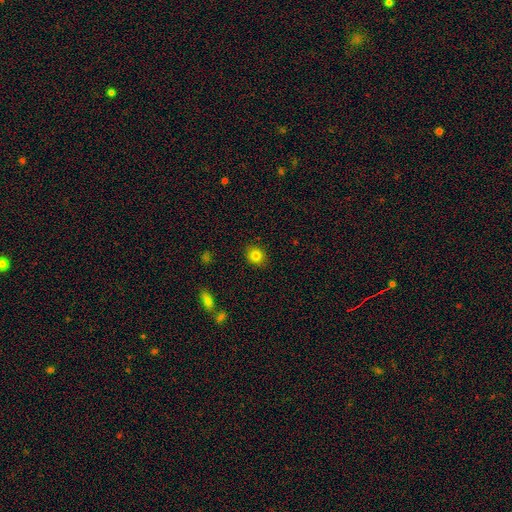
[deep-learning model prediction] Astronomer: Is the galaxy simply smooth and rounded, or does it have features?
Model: smooth — 81%.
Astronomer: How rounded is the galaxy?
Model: round — 68%.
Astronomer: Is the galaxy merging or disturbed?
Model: none — 89%.